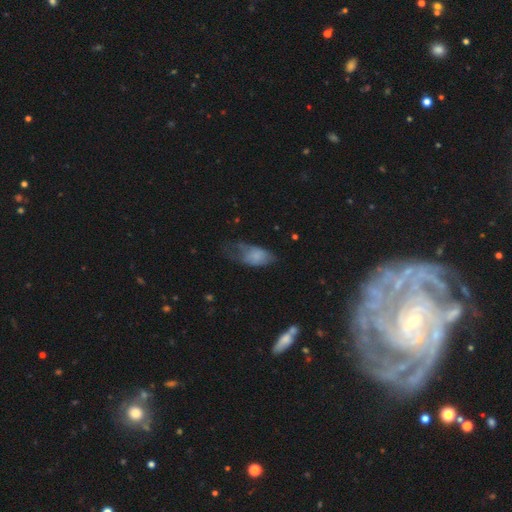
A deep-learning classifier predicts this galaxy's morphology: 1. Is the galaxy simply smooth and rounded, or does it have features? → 69% smooth, 22% featured or disk, 9% star or artifact.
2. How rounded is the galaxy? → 90% in between, 5% round, 5% cigar-shaped.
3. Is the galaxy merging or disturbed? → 43% major disturbance, 31% minor disturbance, 23% none, 3% merger.